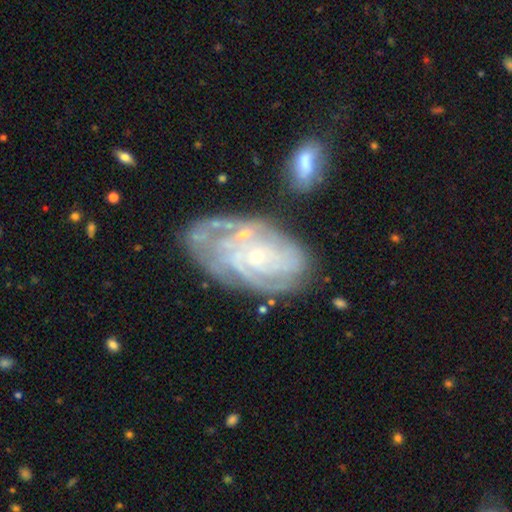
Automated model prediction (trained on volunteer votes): Overall: featured or disk (83%). Edge-on disk: no (95%). Bar: no (75%). Spiral arms: yes (91%). Spiral arm count: can't tell (43%; 3 16%). Spiral winding: tight (72%). Bulge size: small (79%). Merging: none (58%; minor disturbance 22%).